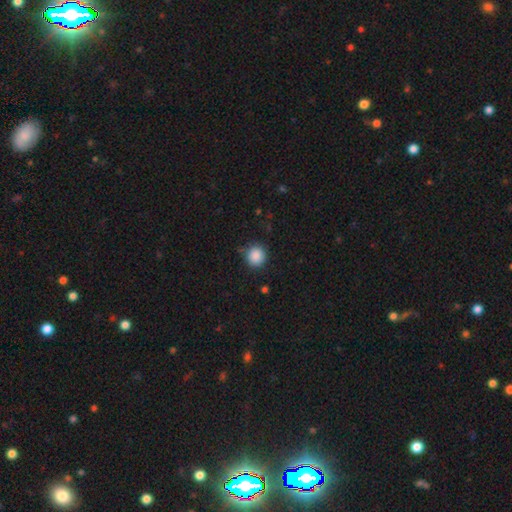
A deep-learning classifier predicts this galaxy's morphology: smooth 87%, star or artifact 9%, featured or disk 3%. Down the decision tree: how rounded — round (92%); merging — none (83%).